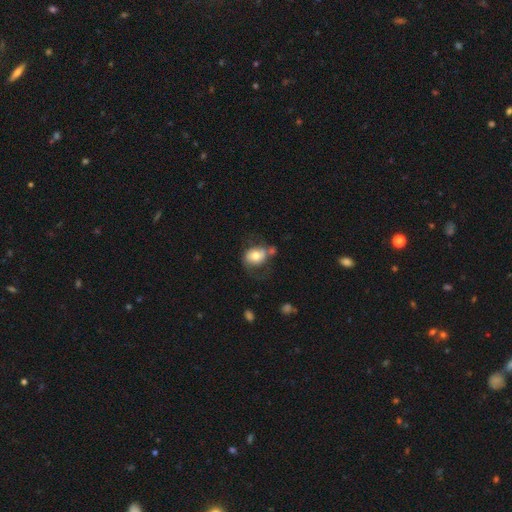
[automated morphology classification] Smooth or featured?
  - smooth: 62% *
  - featured or disk: 31%
  - star or artifact: 8%
How rounded?
  - in between: 52% *
  - round: 46%
  - cigar-shaped: 1%
Merging?
  - none: 41% *
  - minor disturbance: 25%
  - major disturbance: 20%
  - merger: 13%